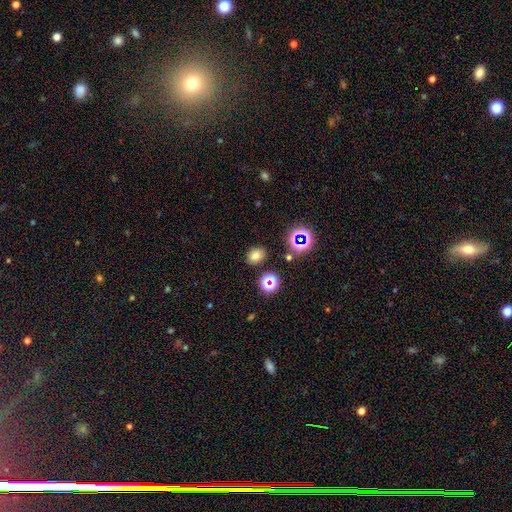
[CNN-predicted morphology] This is likely a smooth galaxy (70%). How rounded: possibly in between (50%). Merging: clearly none (85%).